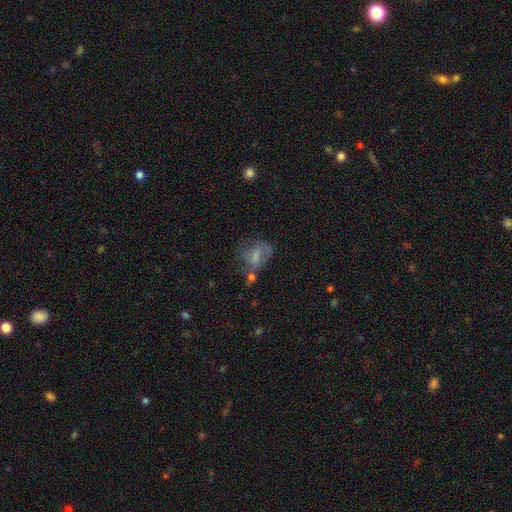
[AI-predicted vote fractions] smooth_or_featured: smooth (p=0.49) [alt: featured or disk p=0.37]
merging: none (p=0.35) [alt: major disturbance p=0.29]